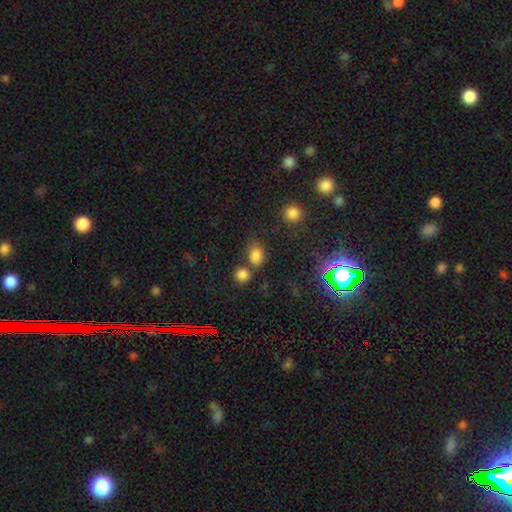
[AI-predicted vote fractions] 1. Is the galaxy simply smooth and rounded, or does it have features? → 79% smooth, 16% star or artifact, 5% featured or disk.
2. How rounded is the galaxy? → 63% in between, 35% round, 2% cigar-shaped.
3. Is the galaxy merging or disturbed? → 61% none, 22% merger, 13% minor disturbance, 5% major disturbance.